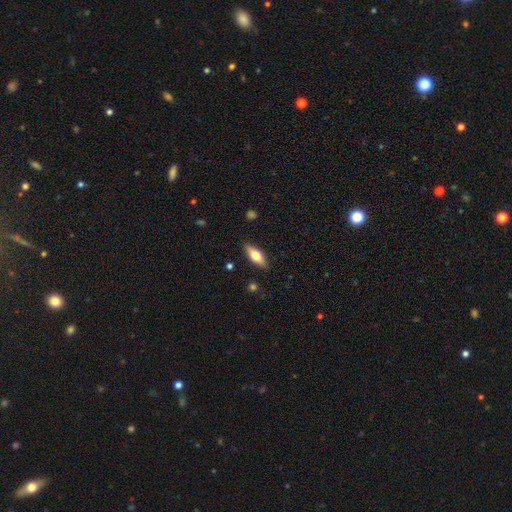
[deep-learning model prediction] This is likely a smooth galaxy (65%). How rounded: likely in between (71%). Merging: clearly none (87%).